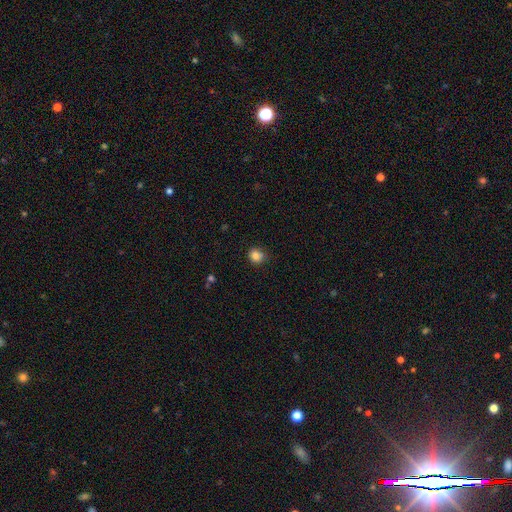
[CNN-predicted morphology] This is clearly a smooth galaxy (84%). How rounded: clearly round (80%). Merging: likely none (76%).